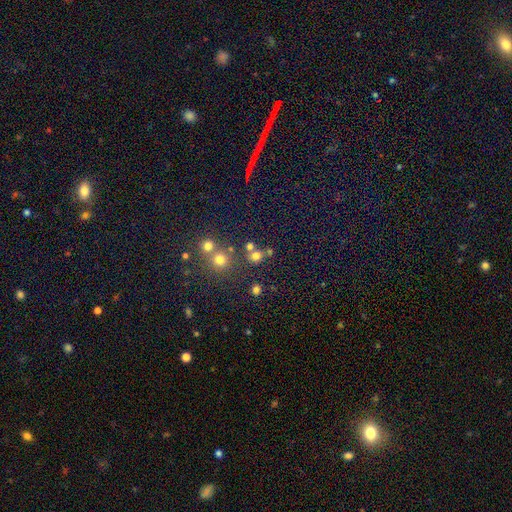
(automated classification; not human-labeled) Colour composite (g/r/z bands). It shows a smooth galaxy with no disk features (71%) that is round (82%). Merging: none (64%).